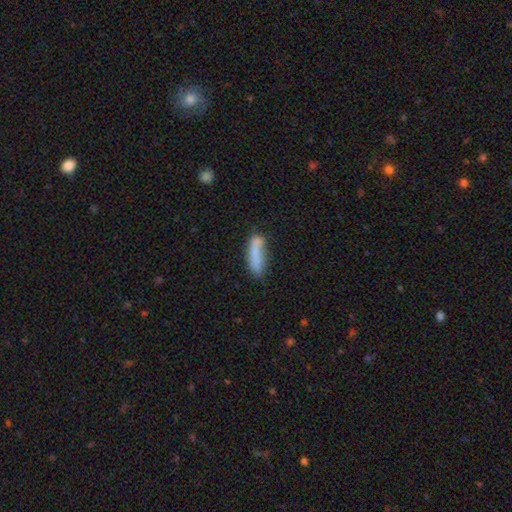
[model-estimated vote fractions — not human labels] smooth 78%, featured or disk 14%, star or artifact 8%. Down the decision tree: how rounded — cigar-shaped (61%); merging — none (53%).